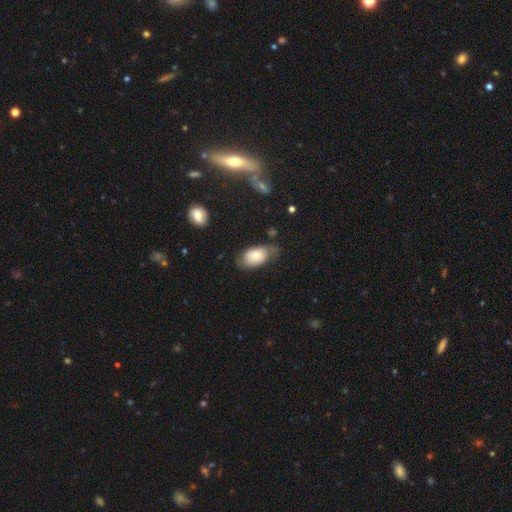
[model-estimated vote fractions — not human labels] This is likely a smooth galaxy (62%). How rounded: clearly in between (91%). Merging: possibly none (53%).